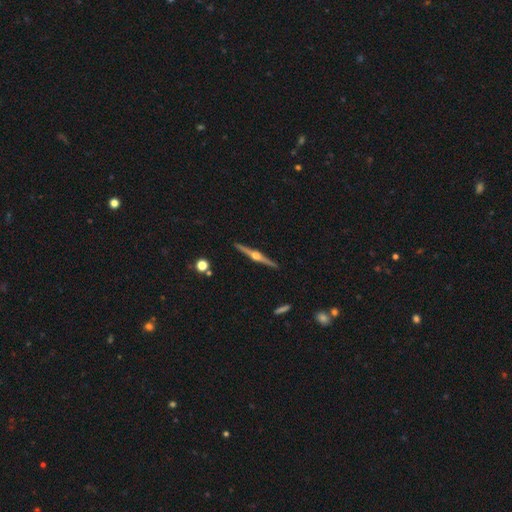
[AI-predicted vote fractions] A featured or disk galaxy (87%) viewed edge-on (99%) with a rounded central bulge (94%).

Vote fractions:
- Smooth or featured? featured or disk: 87% / smooth: 8% / star or artifact: 5%
- Edge-on disk? yes: 99% / no: 1%
- Edge-on bulge? rounded: 94% / boxy: 4% / none: 2%
- Merging? none: 93% / minor disturbance: 5% / merger: 1% / major disturbance: 1%